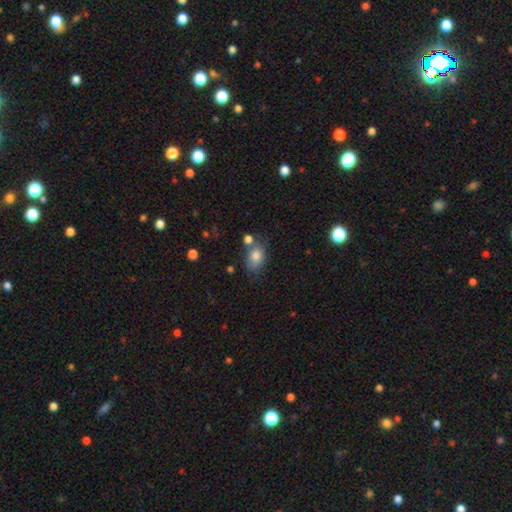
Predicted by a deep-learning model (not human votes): This is clearly a smooth galaxy (82%). How rounded: clearly in between (81%). Merging: possibly none (56%).